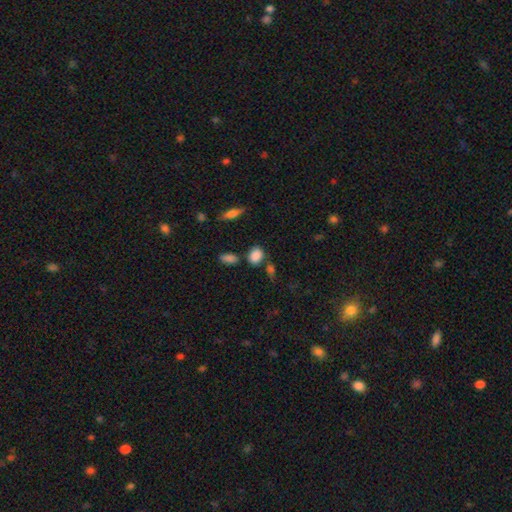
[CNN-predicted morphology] Smooth or featured?
  - smooth: 85% *
  - star or artifact: 9%
  - featured or disk: 5%
How rounded?
  - in between: 61% *
  - round: 37%
  - cigar-shaped: 2%
Merging?
  - none: 67% *
  - minor disturbance: 15%
  - merger: 13%
  - major disturbance: 5%